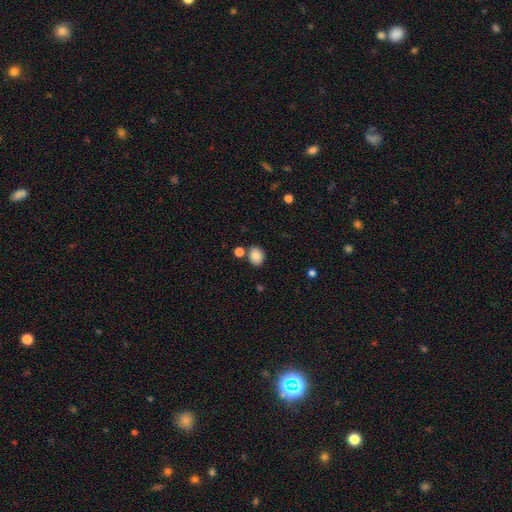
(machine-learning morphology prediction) smooth 86%, star or artifact 9%, featured or disk 5%. Down the decision tree: how rounded — round (54%); merging — none (74%).